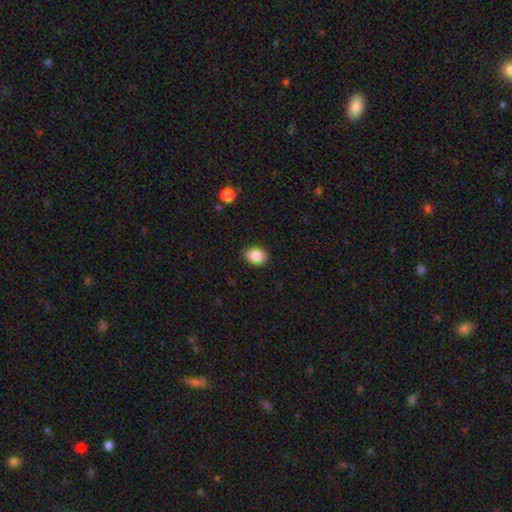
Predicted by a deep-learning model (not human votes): Smooth or featured? smooth (88%)
How rounded? in between (59%)
Merging? none (89%)